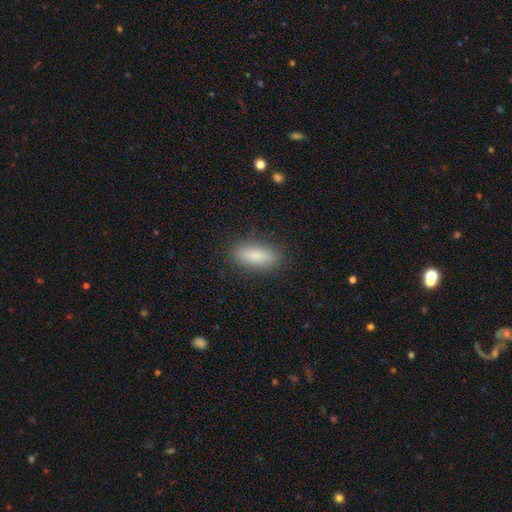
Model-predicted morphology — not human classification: This appears to be a smooth galaxy with no disk features (84%) that is in between round and cigar-shaped (68%). Merging: none (88%).